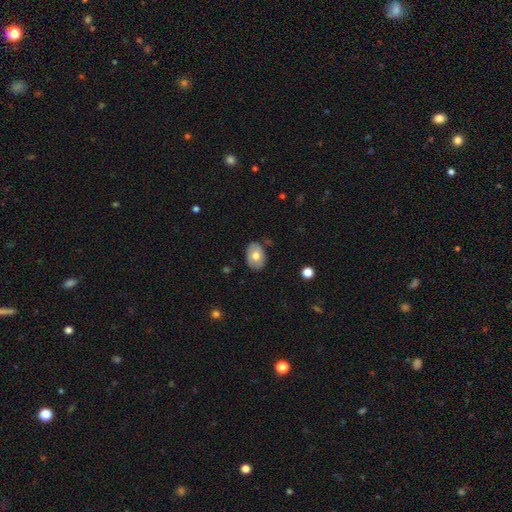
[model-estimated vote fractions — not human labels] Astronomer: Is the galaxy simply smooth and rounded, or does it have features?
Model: smooth — 70%.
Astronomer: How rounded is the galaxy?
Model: in between — 80%.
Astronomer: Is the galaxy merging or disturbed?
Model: none — 82%.